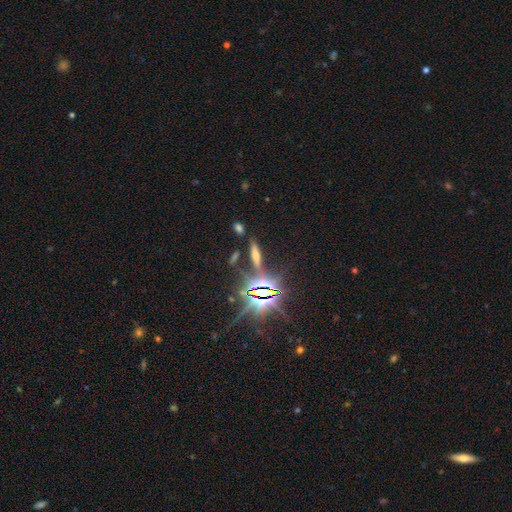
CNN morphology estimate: A star or artifact, not a galaxy (39%).

Vote fractions:
- Smooth or featured? star or artifact: 39% / smooth: 37% / featured or disk: 25%